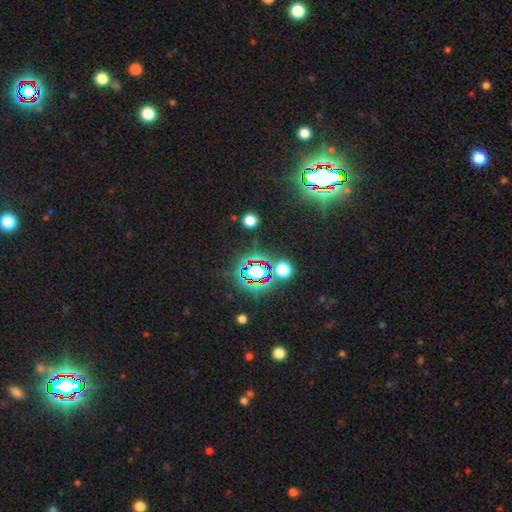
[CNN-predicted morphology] smooth_or_featured: star or artifact (p=0.83) [alt: smooth p=0.10]